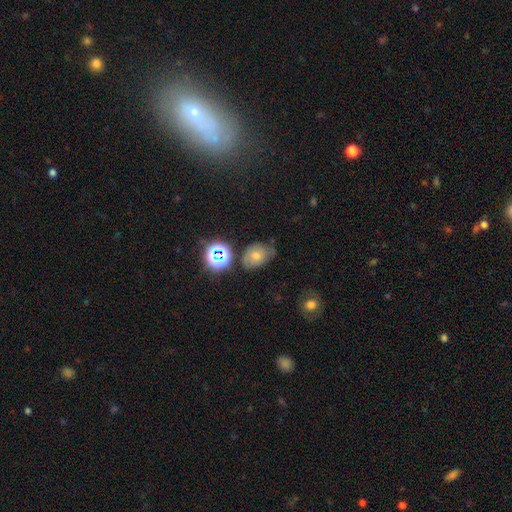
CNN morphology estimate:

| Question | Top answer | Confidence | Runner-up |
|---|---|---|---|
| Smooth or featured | smooth | 62% | star or artifact (19%) |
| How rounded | in between | 66% | round (33%) |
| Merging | none | 53% | minor disturbance (32%) |